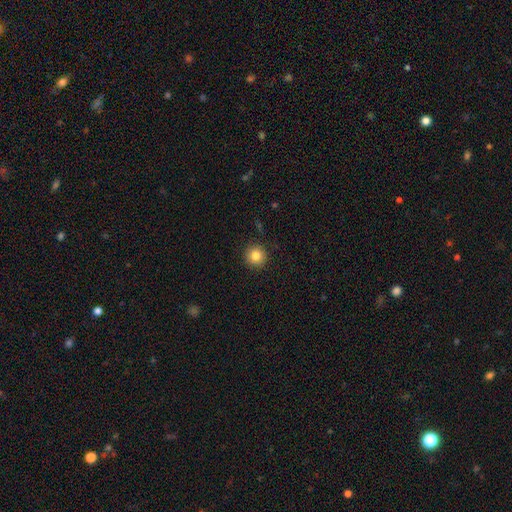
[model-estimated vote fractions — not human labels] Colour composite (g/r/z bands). It shows a smooth galaxy with no disk features (84%) that is round (95%). Merging: none (91%).